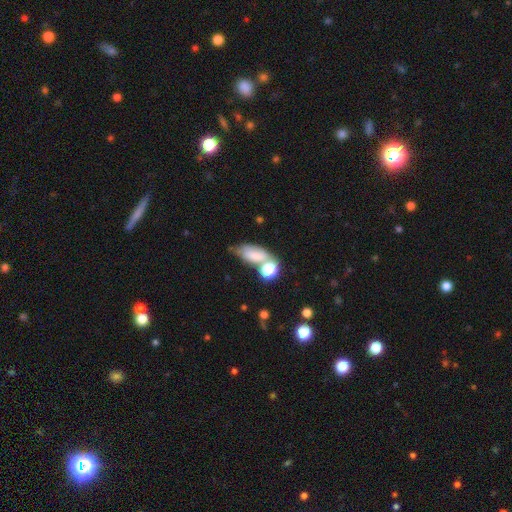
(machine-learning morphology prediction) A smooth galaxy with no disk features (72%) that is in between round and cigar-shaped (82%). Merging: none (35%).